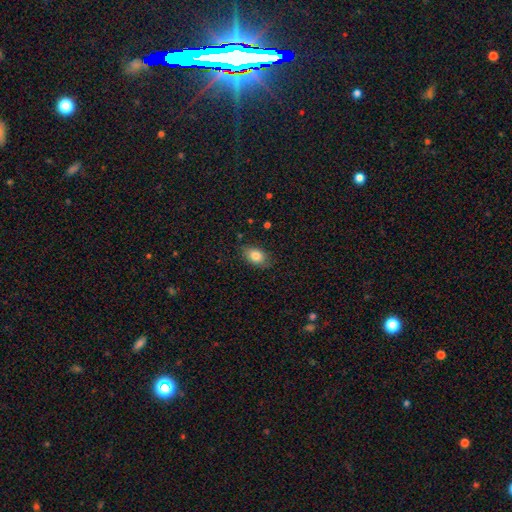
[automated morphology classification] Smooth or featured? Predicted: smooth (p=0.83). How rounded? Predicted: in between (p=0.82). Merging? Predicted: none (p=0.79).